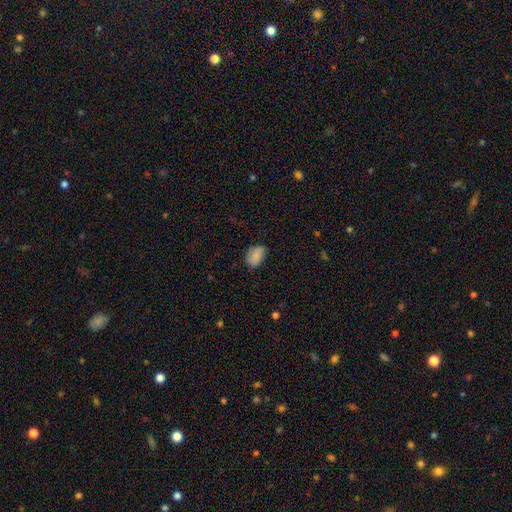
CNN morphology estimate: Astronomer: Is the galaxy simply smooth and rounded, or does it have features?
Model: smooth — 86%.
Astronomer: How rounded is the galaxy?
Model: in between — 83%.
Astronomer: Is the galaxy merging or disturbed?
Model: none — 71%.